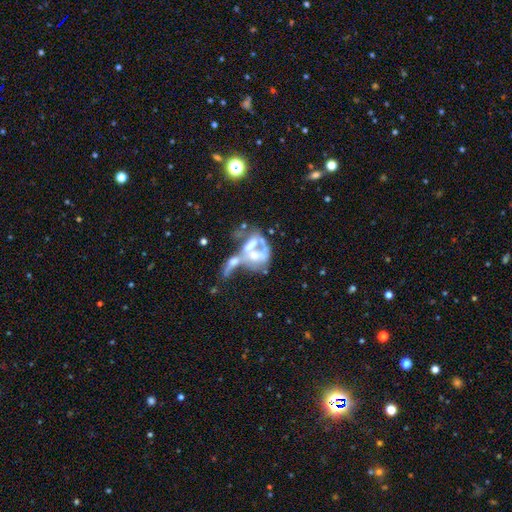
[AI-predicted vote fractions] Overall: featured or disk (63%; smooth 24%). Edge-on disk: no (96%). Bar: no (76%). Spiral arms: no (79%). Bulge size: none (38%; moderate 30%). Merging: merger (65%).